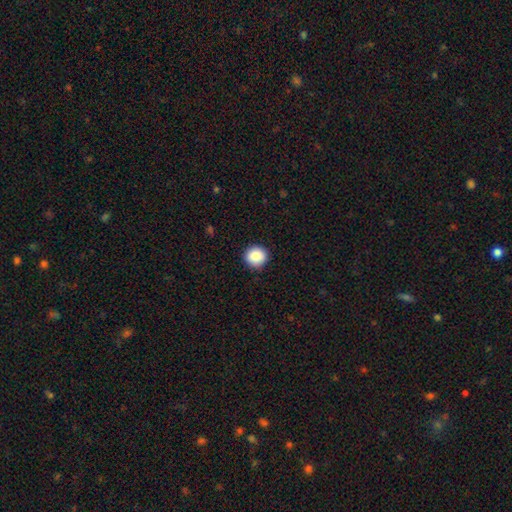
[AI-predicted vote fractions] The model was most divided on "smooth or featured": smooth: 88%, star or artifact: 8%, featured or disk: 4%. More confident: how rounded — round (93%); merging — none (91%).